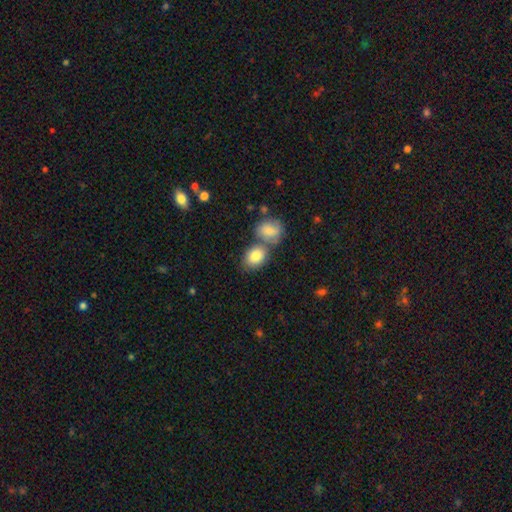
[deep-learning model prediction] The model was most divided on "merging": none: 45%, merger: 40%, minor disturbance: 12%, major disturbance: 4%. More confident: smooth or featured — smooth (83%); how rounded — in between (68%).